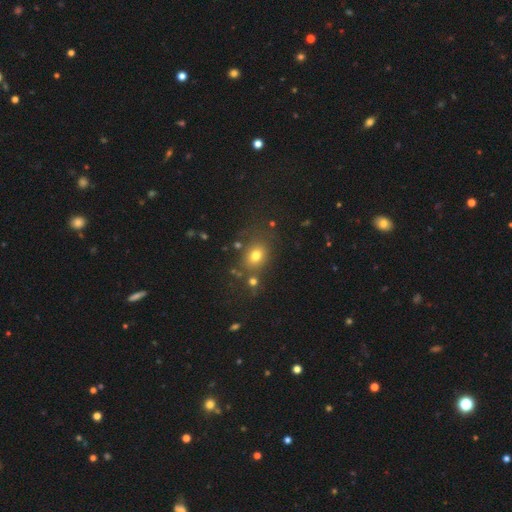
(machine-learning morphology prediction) Smooth or featured: smooth — 73% (star or artifact — 16%)
How rounded: in between — 52% (round — 47%)
Merging: none — 71% (minor disturbance — 13%)